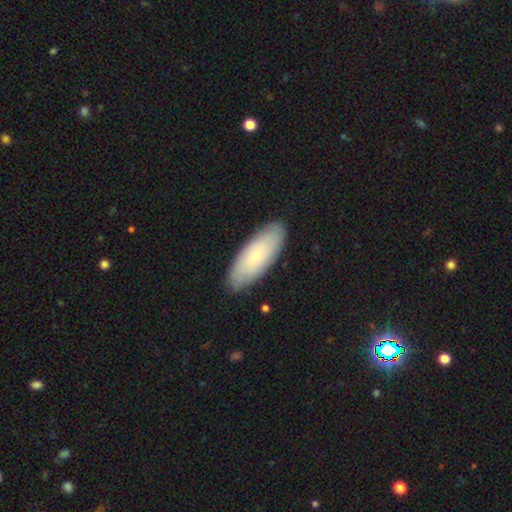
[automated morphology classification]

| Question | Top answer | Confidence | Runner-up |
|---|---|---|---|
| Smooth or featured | smooth | 62% | featured or disk (32%) |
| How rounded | in between | 79% | cigar-shaped (19%) |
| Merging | none | 87% | minor disturbance (10%) |